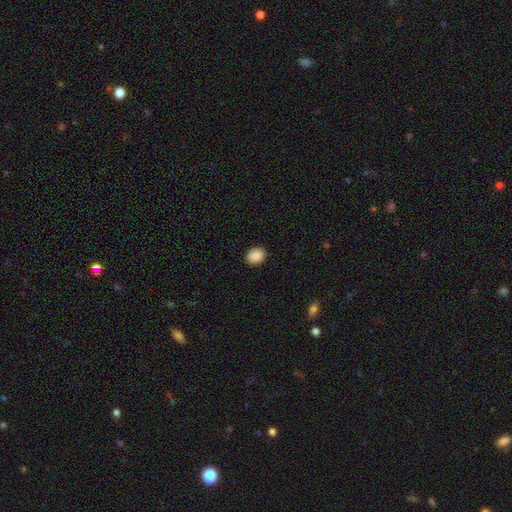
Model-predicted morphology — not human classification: Overall: smooth (90%). How rounded: in between (56%; round 43%). Merging: none (90%).